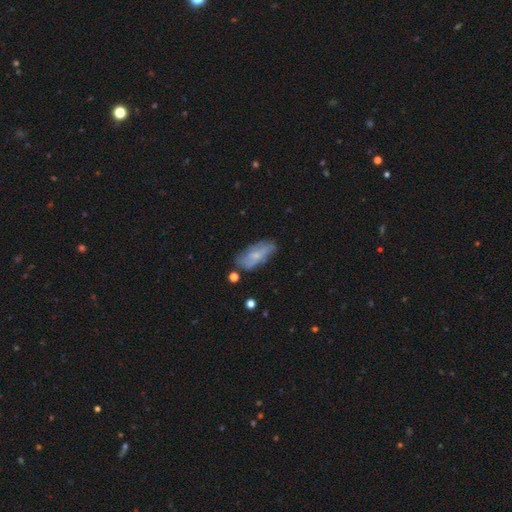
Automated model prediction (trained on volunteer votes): smooth-or-featured: smooth: 51% | featured or disk: 41% | star or artifact: 8%
  how-rounded: in between: 77% | cigar-shaped: 20% | round: 3%
  merging: none: 63% | minor disturbance: 25% | major disturbance: 8% | merger: 4%